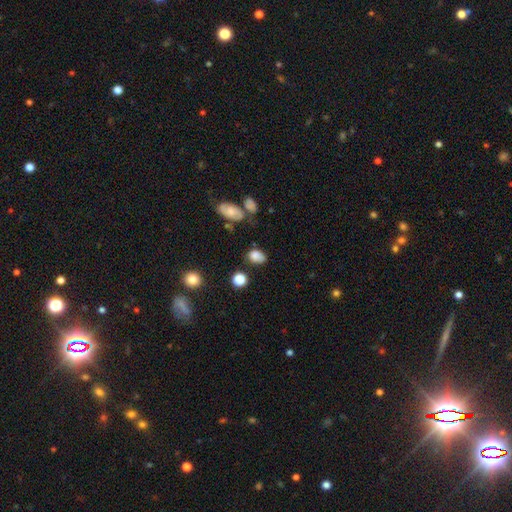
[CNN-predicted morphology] Q: Smooth or featured?
A: smooth (79%); runner-up: star or artifact (11%)
Q: How rounded?
A: in between (74%); runner-up: round (24%)
Q: Merging?
A: none (59%); runner-up: minor disturbance (26%)